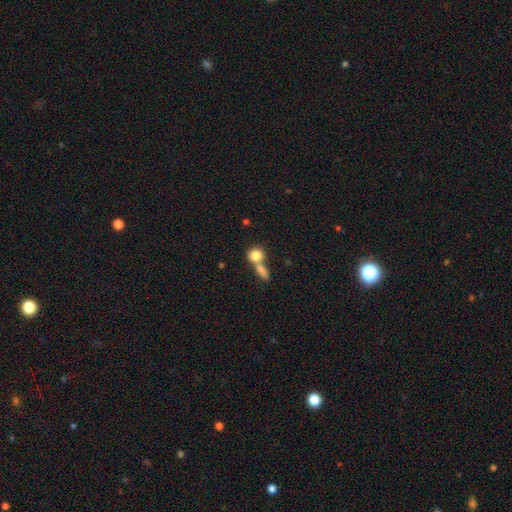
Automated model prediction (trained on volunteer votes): This is clearly a smooth galaxy (82%). How rounded: likely round (75%). Merging: possibly merger (48%).